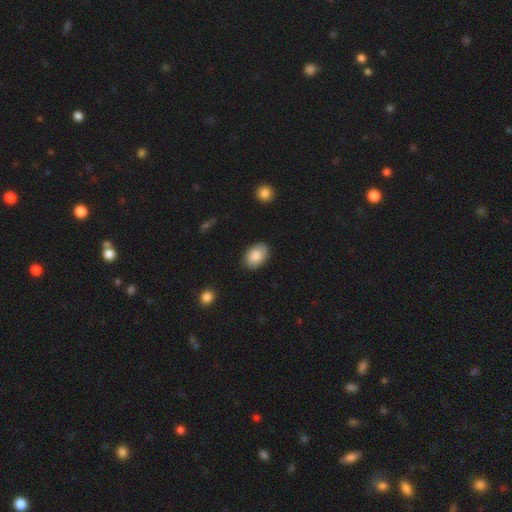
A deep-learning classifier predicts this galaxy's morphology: A smooth galaxy with no disk features (86%) that is in between round and cigar-shaped (85%).

Vote fractions:
- Smooth or featured? smooth: 86% / featured or disk: 8% / star or artifact: 6%
- How rounded? in between: 85% / round: 14% / cigar-shaped: 1%
- Merging? none: 84% / minor disturbance: 12% / major disturbance: 2% / merger: 1%